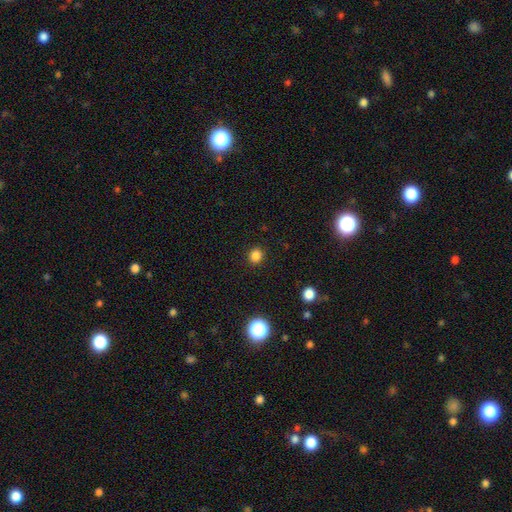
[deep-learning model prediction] Smooth or featured? Predicted: smooth (p=0.83). How rounded? Predicted: round (p=0.82). Merging? Predicted: none (p=0.90).